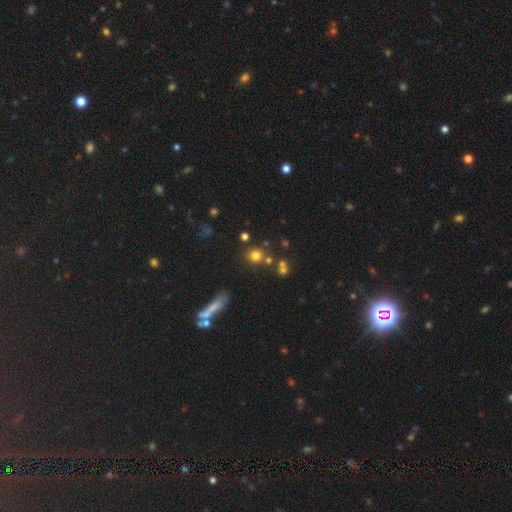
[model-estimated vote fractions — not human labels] Morphology: type=smooth (72%); roundness=round (88%); merging=none (74%).